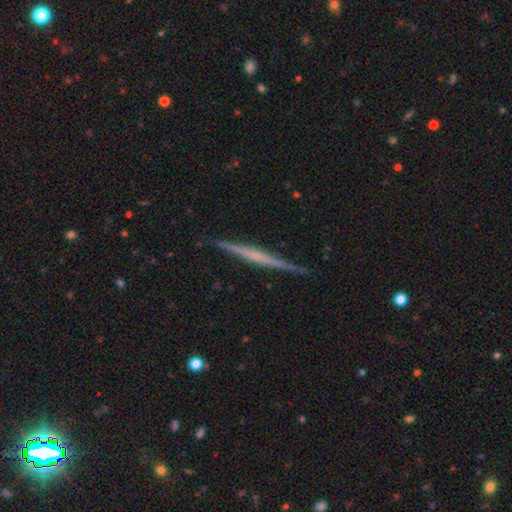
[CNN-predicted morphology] type=featured or disk (72%); edge-on=yes (98%); edge-on bulge=none (63%); merging=none (90%).